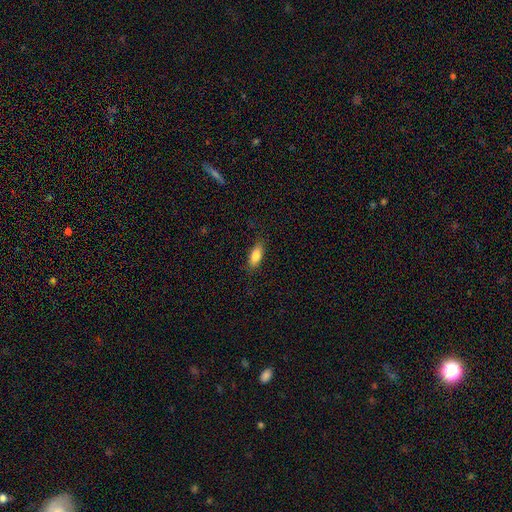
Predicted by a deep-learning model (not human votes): A smooth galaxy with no disk features (82%) that is in between round and cigar-shaped (80%). Merging: none (83%).